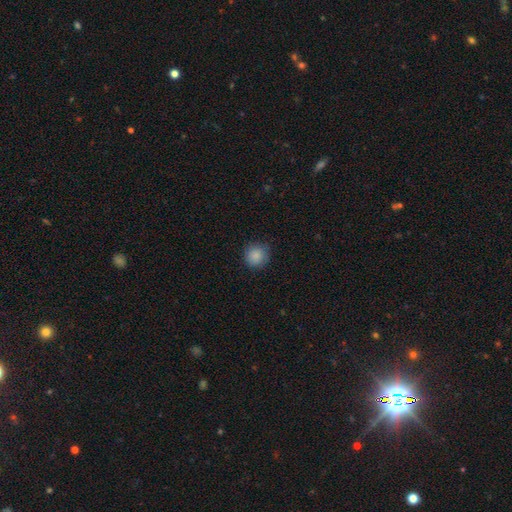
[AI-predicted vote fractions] This is clearly a smooth galaxy (87%). How rounded: clearly round (91%). Merging: clearly none (84%).